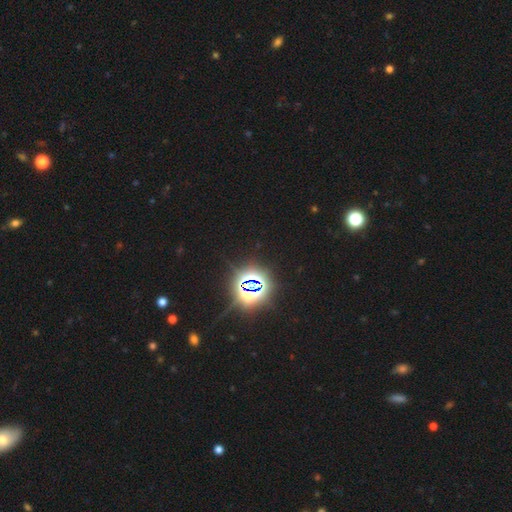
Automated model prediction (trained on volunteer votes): The model was most divided on "smooth or featured": star or artifact: 83%, smooth: 11%, featured or disk: 6%.